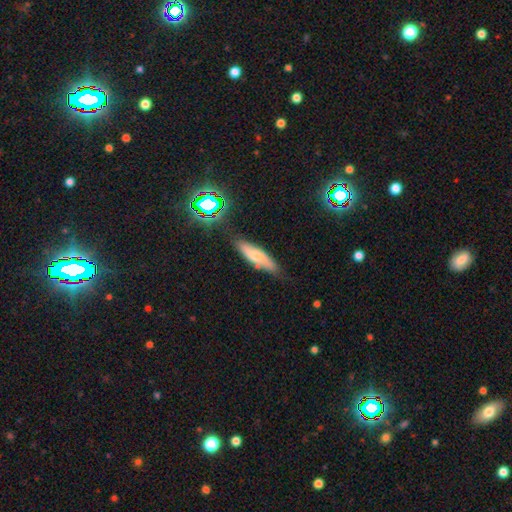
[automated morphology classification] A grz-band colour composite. It shows a smooth galaxy with no disk features (62%) that is cigar-shaped (60%). Merging: none (71%).